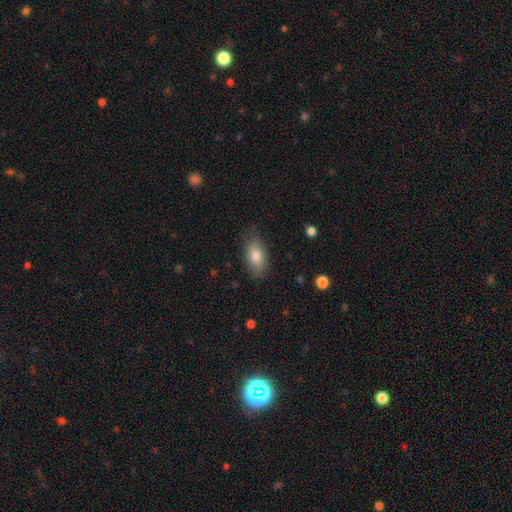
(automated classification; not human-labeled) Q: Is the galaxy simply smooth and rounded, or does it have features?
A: smooth — 80%.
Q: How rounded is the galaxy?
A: in between — 87%.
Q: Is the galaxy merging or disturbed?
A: none — 81%.